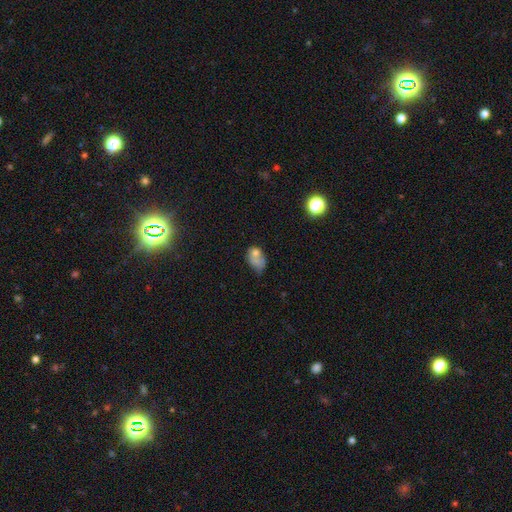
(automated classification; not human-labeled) The model was most divided on "merging" (2-way tie): minor disturbance: 26%, merger: 26%, none: 25%, major disturbance: 23%. More confident: how rounded — in between (76%); smooth or featured — smooth (65%).